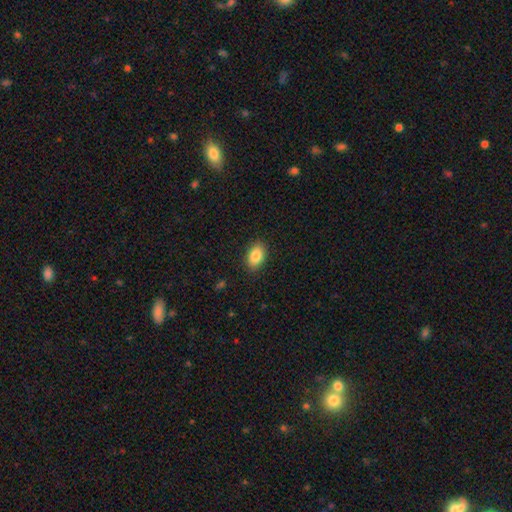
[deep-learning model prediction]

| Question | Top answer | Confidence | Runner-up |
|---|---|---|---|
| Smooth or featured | smooth | 87% | star or artifact (8%) |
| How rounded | in between | 88% | round (11%) |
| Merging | none | 87% | minor disturbance (9%) |